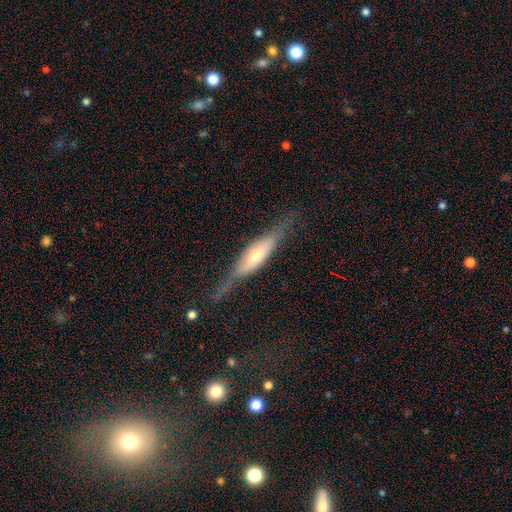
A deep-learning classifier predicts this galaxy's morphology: Smooth or featured? Predicted: featured or disk (p=0.67). Edge-on disk? Predicted: yes (p=0.85). Edge-on bulge? Predicted: rounded (p=0.69). Merging? Predicted: none (p=0.68).